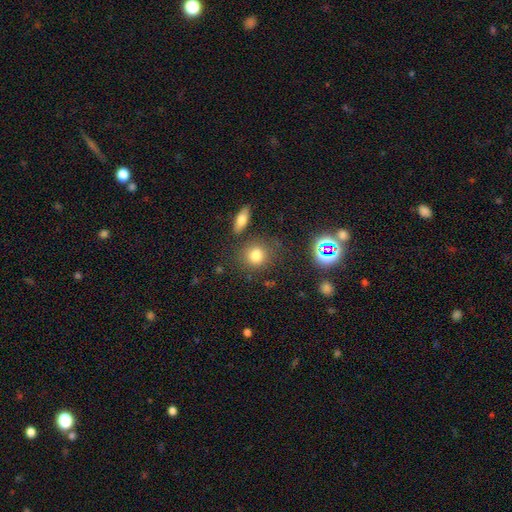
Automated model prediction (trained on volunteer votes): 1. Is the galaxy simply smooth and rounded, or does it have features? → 76% smooth, 15% star or artifact, 9% featured or disk.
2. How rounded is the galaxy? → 77% round, 21% in between, 2% cigar-shaped.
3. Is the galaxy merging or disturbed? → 76% none, 12% minor disturbance, 7% merger, 5% major disturbance.